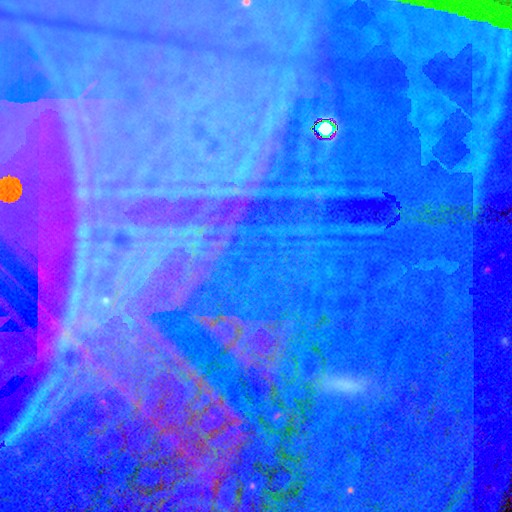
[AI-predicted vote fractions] Smooth or featured? star or artifact (86%)